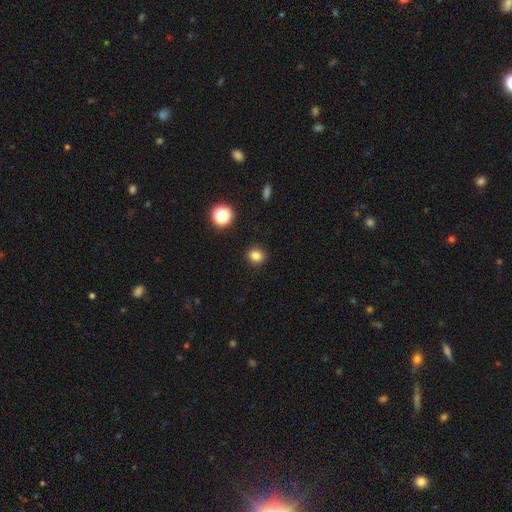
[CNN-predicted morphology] A smooth galaxy with no disk features (82%) that is round (78%). Merging: none (90%).